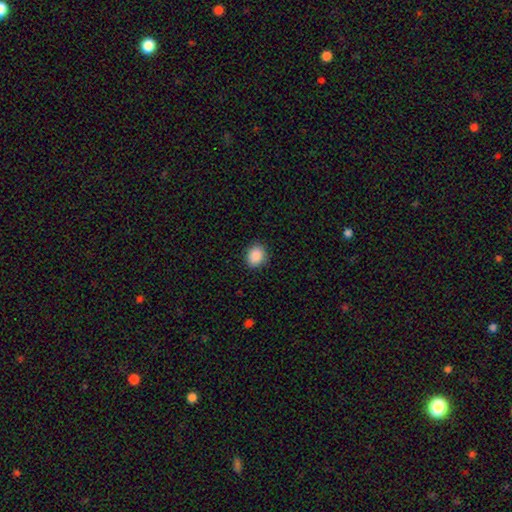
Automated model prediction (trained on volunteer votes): This appears to be a smooth galaxy with no disk features (89%) that is round (62%). Merging: none (88%).